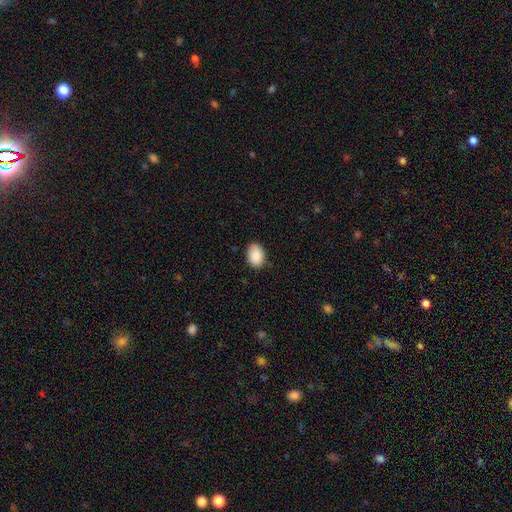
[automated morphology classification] Smooth or featured? Predicted: smooth (p=0.90). How rounded? Predicted: in between (p=0.82). Merging? Predicted: none (p=0.83).